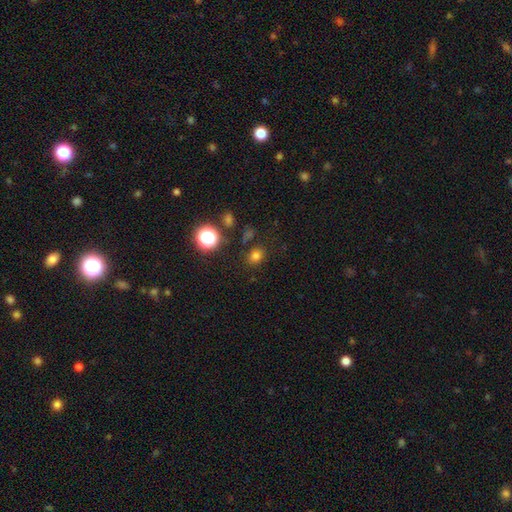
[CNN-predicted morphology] Smooth or featured?
  - smooth: 74% *
  - star or artifact: 20%
  - featured or disk: 6%
How rounded?
  - round: 71% *
  - in between: 28%
  - cigar-shaped: 1%
Merging?
  - none: 81% *
  - minor disturbance: 10%
  - merger: 4%
  - major disturbance: 4%